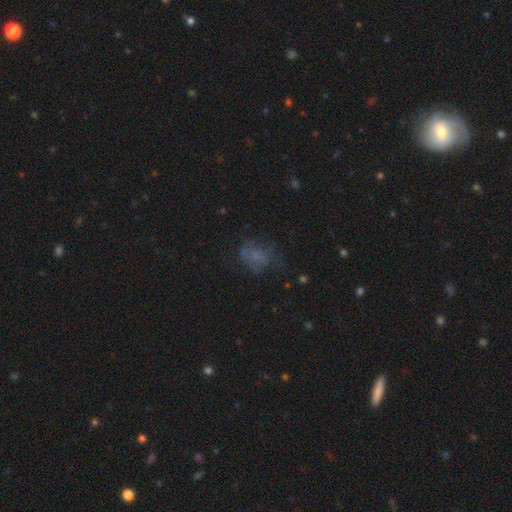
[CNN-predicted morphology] type=smooth (52%); roundness=in between (52%); merging=none (51%).